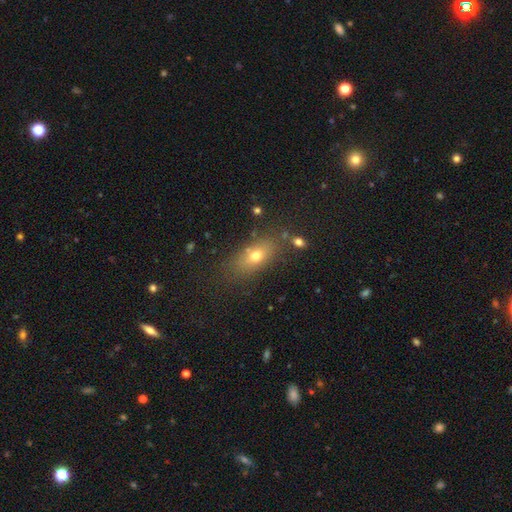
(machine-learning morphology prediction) smooth 69%, featured or disk 19%, star or artifact 12%. Down the decision tree: how rounded — in between (77%); merging — none (76%).